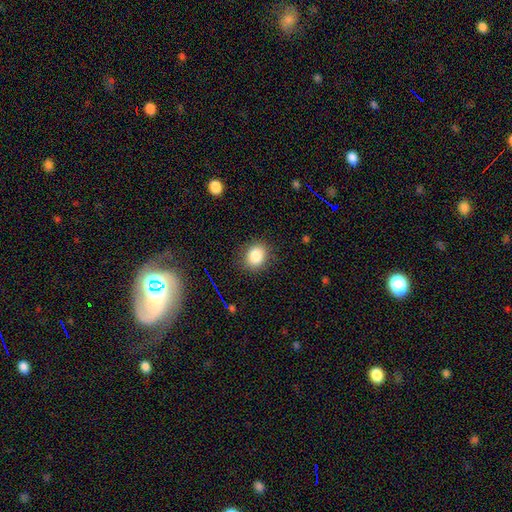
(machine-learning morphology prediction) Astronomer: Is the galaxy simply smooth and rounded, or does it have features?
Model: smooth — 84%.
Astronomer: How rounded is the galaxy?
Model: round — 61% (runner-up: in between, 38%).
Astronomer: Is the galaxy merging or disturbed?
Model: none — 85%.